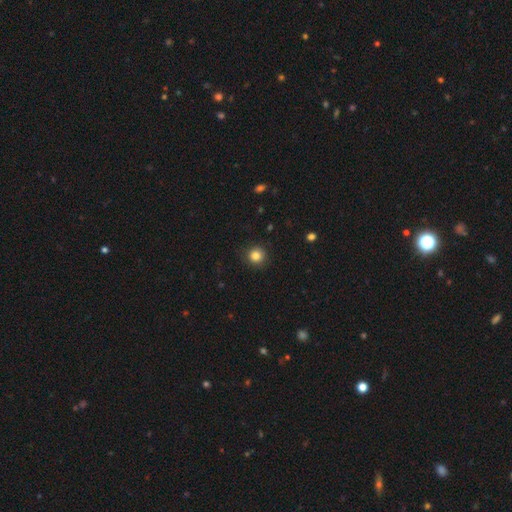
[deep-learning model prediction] This is clearly a smooth galaxy (84%). How rounded: clearly round (94%). Merging: clearly none (90%).